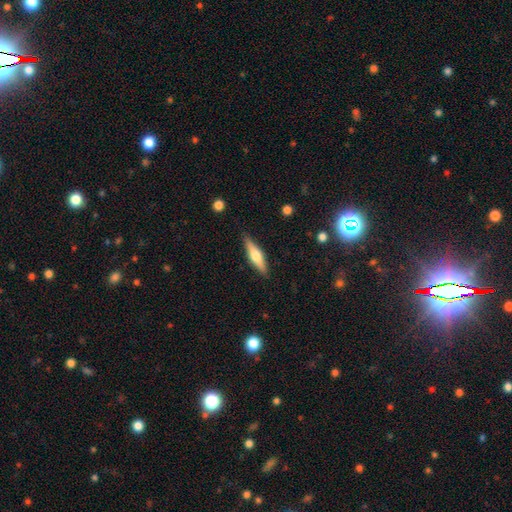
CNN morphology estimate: This appears to be a featured or disk galaxy (49%). Merging: none (87%).